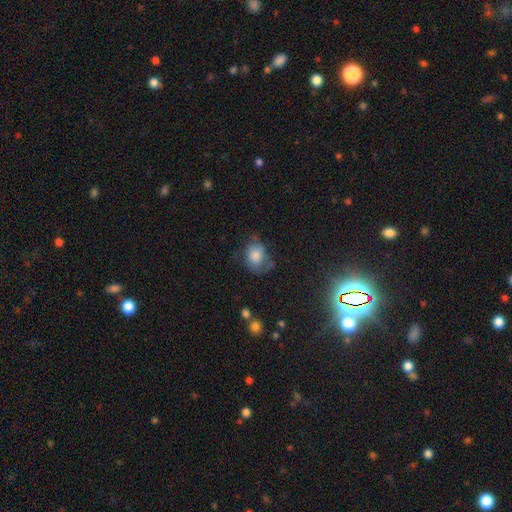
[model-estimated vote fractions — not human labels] Smooth or featured?
  - smooth: 74% *
  - featured or disk: 17%
  - star or artifact: 9%
How rounded?
  - in between: 53% *
  - round: 45%
  - cigar-shaped: 1%
Merging?
  - none: 46% *
  - minor disturbance: 32%
  - major disturbance: 19%
  - merger: 3%